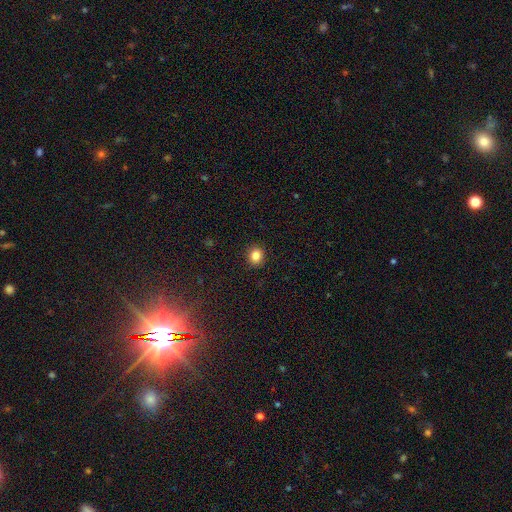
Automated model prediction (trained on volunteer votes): Q: Smooth or featured?
A: smooth (85%); runner-up: star or artifact (11%)
Q: How rounded?
A: round (78%); runner-up: in between (21%)
Q: Merging?
A: none (91%); runner-up: minor disturbance (6%)